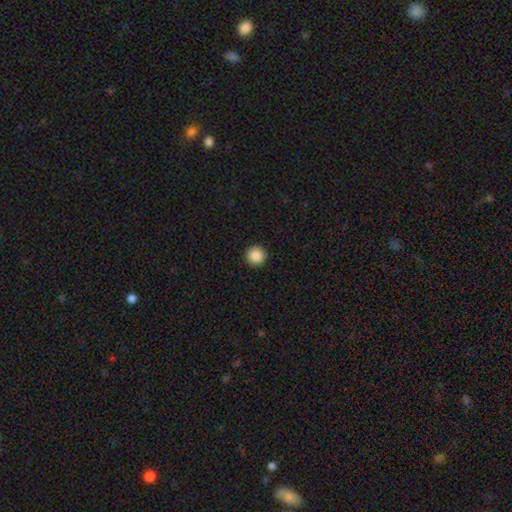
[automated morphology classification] This is clearly a smooth galaxy (88%). How rounded: clearly round (96%). Merging: clearly none (94%).